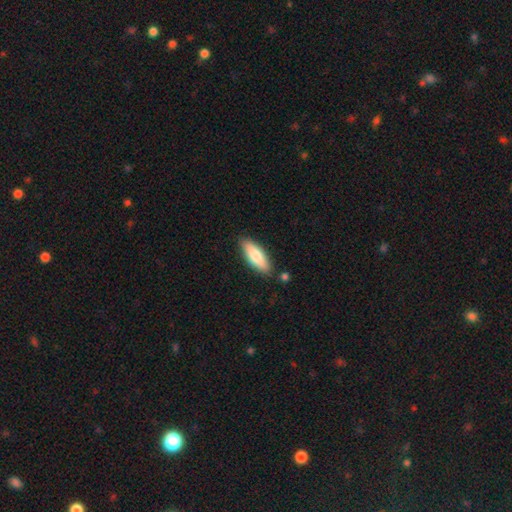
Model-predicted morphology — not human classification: Smooth or featured?
  - smooth: 75% *
  - featured or disk: 20%
  - star or artifact: 6%
How rounded?
  - in between: 59% *
  - cigar-shaped: 40%
  - round: 2%
Merging?
  - none: 84% *
  - minor disturbance: 11%
  - merger: 3%
  - major disturbance: 2%